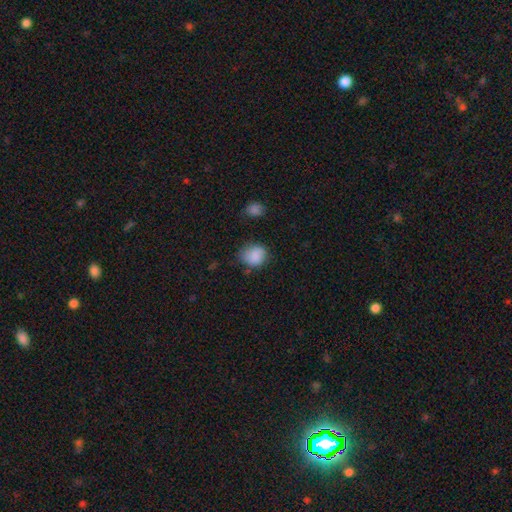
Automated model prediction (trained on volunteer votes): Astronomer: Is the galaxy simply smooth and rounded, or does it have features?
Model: smooth — 85%.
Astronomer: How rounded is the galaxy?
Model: round — 66%.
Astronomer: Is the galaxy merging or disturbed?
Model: none — 64%.